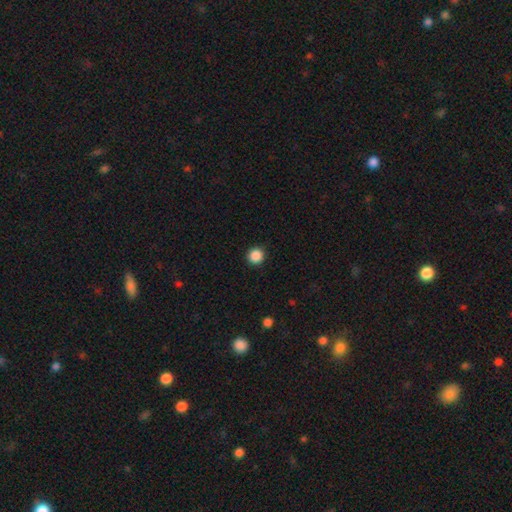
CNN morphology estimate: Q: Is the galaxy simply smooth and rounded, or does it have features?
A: smooth — 87%.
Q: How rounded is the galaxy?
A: round — 96%.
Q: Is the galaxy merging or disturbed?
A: none — 92%.